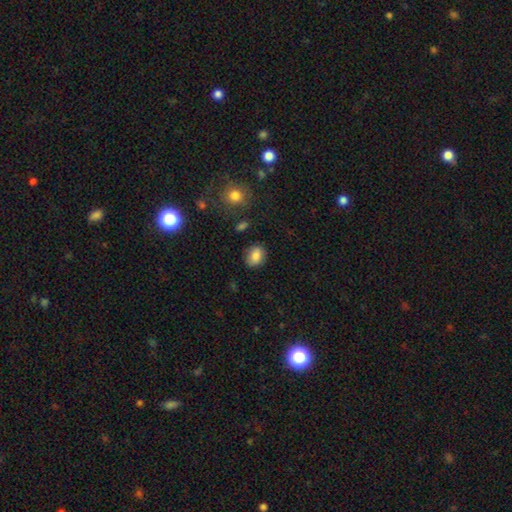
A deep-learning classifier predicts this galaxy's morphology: This is clearly a smooth galaxy (84%). How rounded: possibly in between (57%). Merging: clearly none (85%).